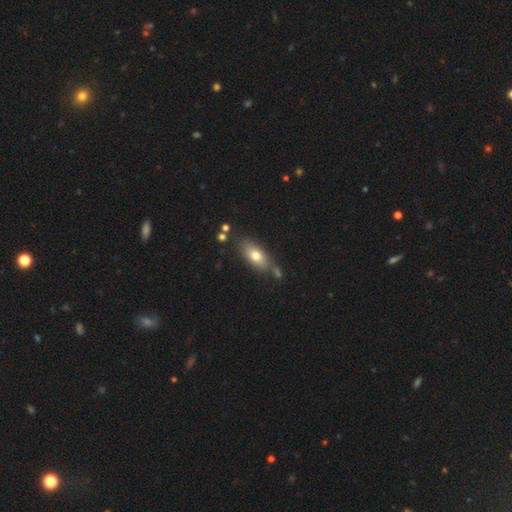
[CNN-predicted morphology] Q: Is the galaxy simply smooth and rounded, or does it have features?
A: smooth — 73%.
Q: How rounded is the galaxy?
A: in between — 82%.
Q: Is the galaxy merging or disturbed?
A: none — 66%.